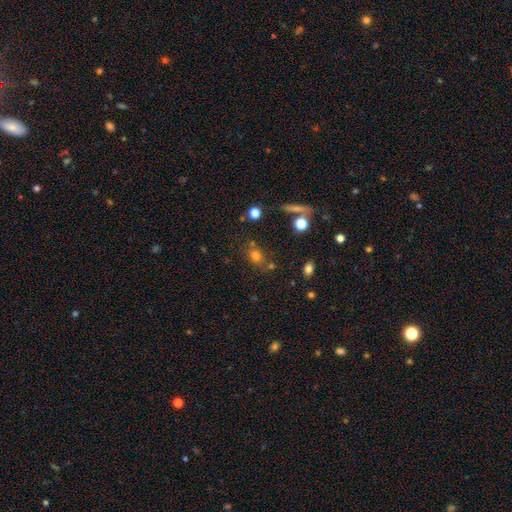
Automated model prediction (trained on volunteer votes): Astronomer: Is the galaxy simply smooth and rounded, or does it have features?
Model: smooth — 70%.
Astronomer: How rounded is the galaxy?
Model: round — 57% (runner-up: in between, 40%).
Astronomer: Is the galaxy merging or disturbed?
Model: none — 69%.